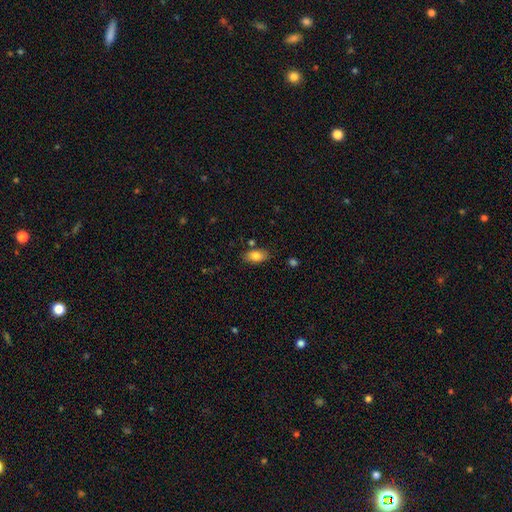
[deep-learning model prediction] Morphology: type=smooth (82%); roundness=in between (91%); merging=none (79%).